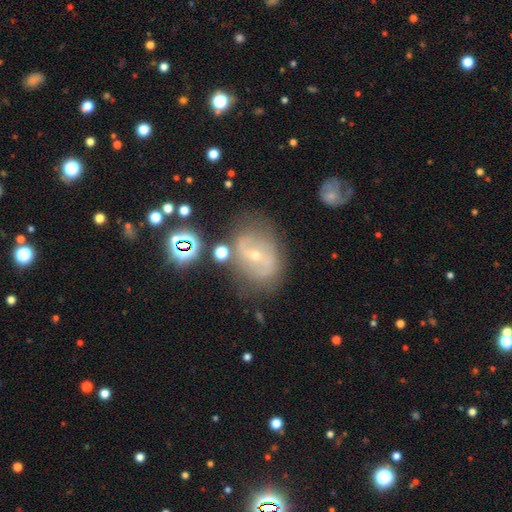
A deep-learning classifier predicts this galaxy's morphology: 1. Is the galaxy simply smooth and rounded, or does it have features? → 68% featured or disk, 21% smooth, 11% star or artifact.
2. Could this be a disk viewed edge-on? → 94% no, 6% yes.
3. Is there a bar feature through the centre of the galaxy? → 38% weak, 31% strong, 31% no.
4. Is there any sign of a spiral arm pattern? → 60% yes, 40% no.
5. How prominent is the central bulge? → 67% small, 29% moderate, 1% none, 1% large, 1% dominant.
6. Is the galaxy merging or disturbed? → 65% none, 20% minor disturbance, 10% major disturbance, 5% merger.